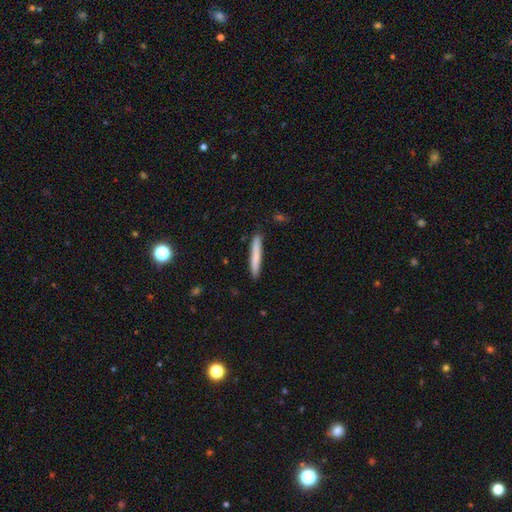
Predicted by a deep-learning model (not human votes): This is likely a smooth galaxy (77%). How rounded: clearly cigar-shaped (96%). Merging: clearly none (89%).